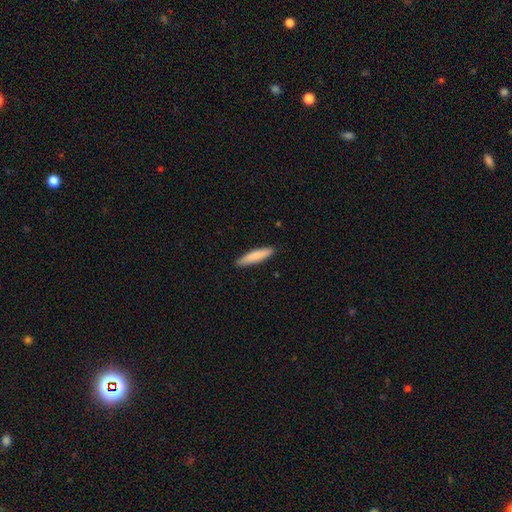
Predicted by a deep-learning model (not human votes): smooth_or_featured: smooth (p=0.83) [alt: featured or disk p=0.12]
how_rounded: cigar-shaped (p=0.85) [alt: in between p=0.14]
merging: none (p=0.89) [alt: minor disturbance p=0.08]